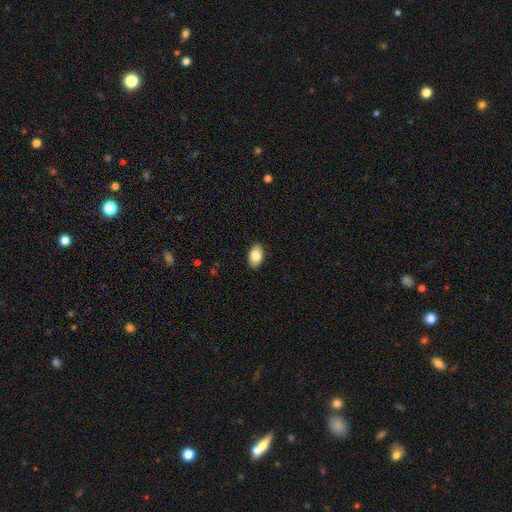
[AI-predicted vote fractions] smooth_or_featured: smooth (p=0.84) [alt: featured or disk p=0.09]
how_rounded: in between (p=0.92) [alt: round p=0.06]
merging: none (p=0.89) [alt: minor disturbance p=0.09]